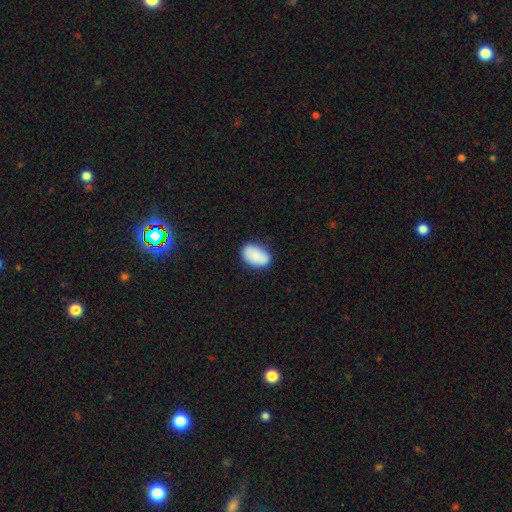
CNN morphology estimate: A smooth galaxy with no disk features (89%) that is in between round and cigar-shaped (90%).

Vote fractions:
- Smooth or featured? smooth: 89% / star or artifact: 7% / featured or disk: 5%
- How rounded? in between: 90% / round: 8% / cigar-shaped: 1%
- Merging? none: 80% / minor disturbance: 16% / major disturbance: 3% / merger: 1%